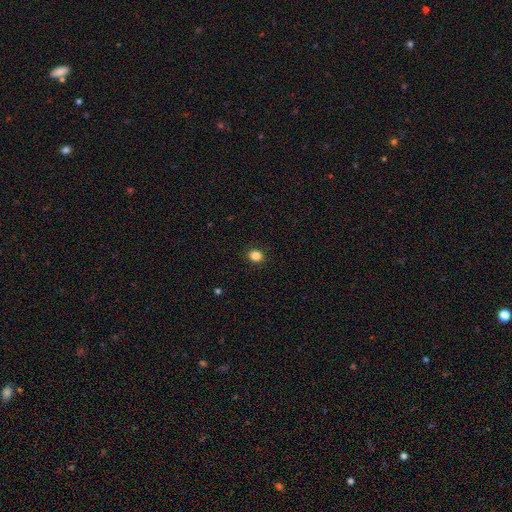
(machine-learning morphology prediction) smooth 86%, star or artifact 10%, featured or disk 4%. Down the decision tree: how rounded — round (62%); merging — none (90%).